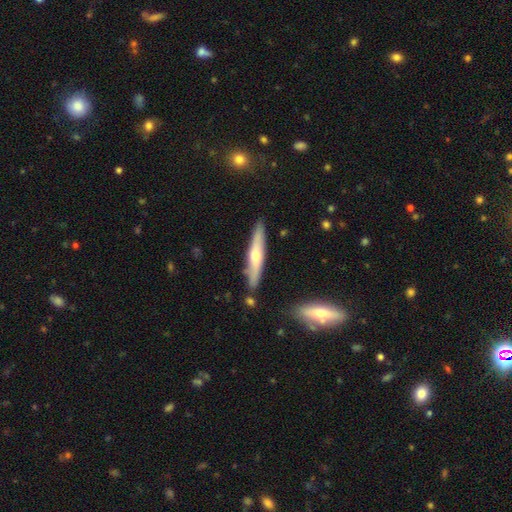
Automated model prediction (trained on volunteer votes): Smooth or featured? Predicted: featured or disk (p=0.51). Edge-on disk? Predicted: yes (p=0.87). Merging? Predicted: none (p=0.84).